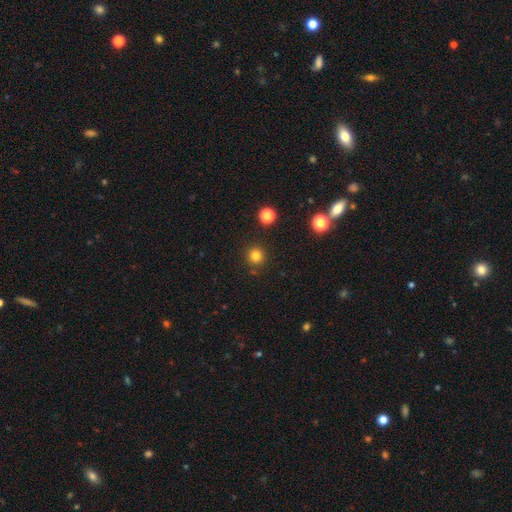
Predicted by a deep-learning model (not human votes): Smooth or featured?
  - smooth: 80% *
  - star or artifact: 15%
  - featured or disk: 5%
How rounded?
  - round: 95% *
  - in between: 4%
  - cigar-shaped: 1%
Merging?
  - none: 89% *
  - minor disturbance: 6%
  - merger: 3%
  - major disturbance: 2%